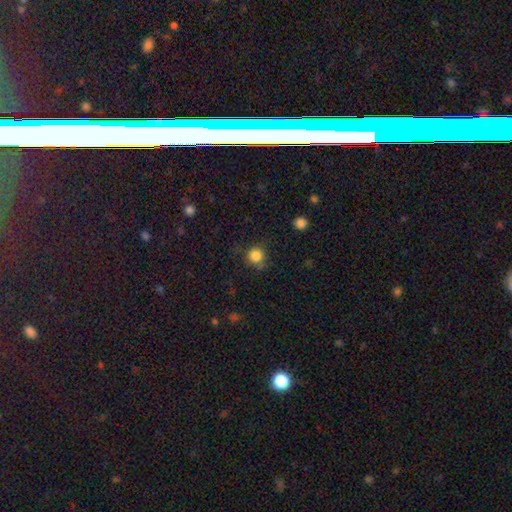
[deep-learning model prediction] Smooth or featured? smooth (85%)
How rounded? round (93%)
Merging? none (79%)